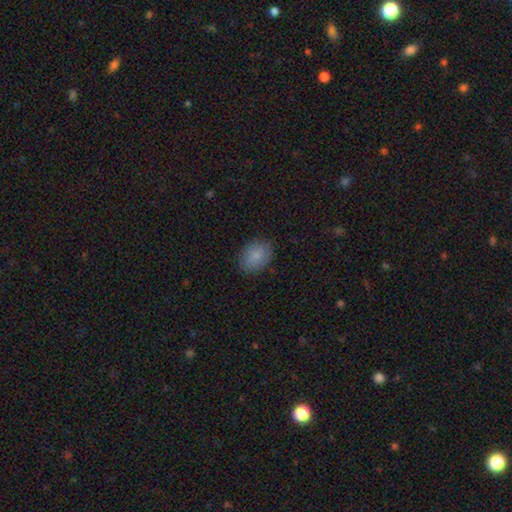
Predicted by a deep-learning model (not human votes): Overall: smooth (86%). How rounded: in between (75%). Merging: none (84%).